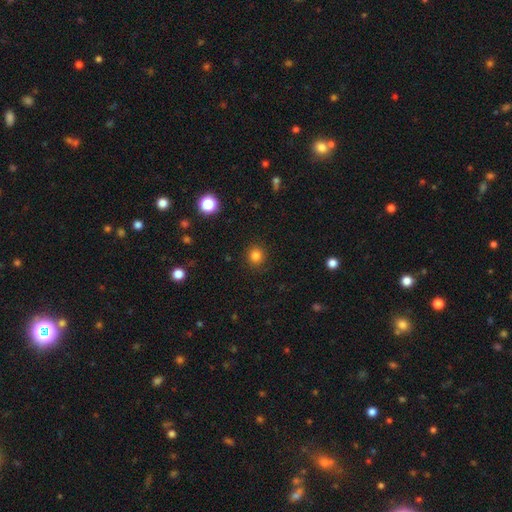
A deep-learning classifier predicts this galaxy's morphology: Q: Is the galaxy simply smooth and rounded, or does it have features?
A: smooth — 83%.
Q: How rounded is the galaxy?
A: round — 89%.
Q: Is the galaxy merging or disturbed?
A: none — 89%.